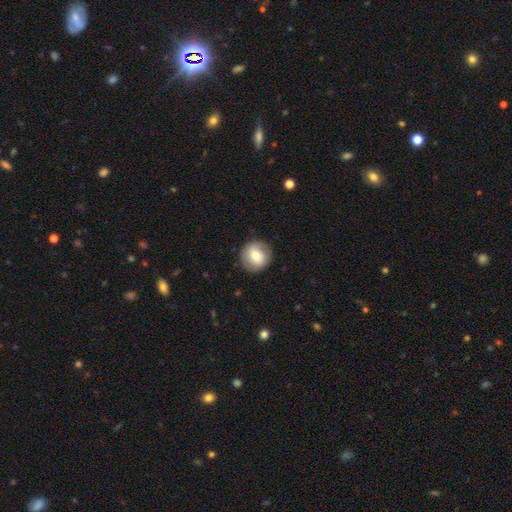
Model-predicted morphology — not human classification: Smooth or featured? Predicted: smooth (p=0.69). How rounded? Predicted: round (p=0.91). Merging? Predicted: none (p=0.87).